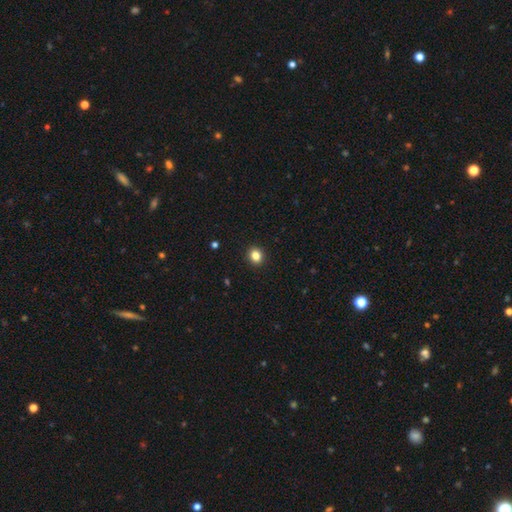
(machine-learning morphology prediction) smooth_or_featured: smooth (p=0.84) [alt: star or artifact p=0.11]
how_rounded: round (p=0.74) [alt: in between p=0.25]
merging: none (p=0.93) [alt: minor disturbance p=0.05]